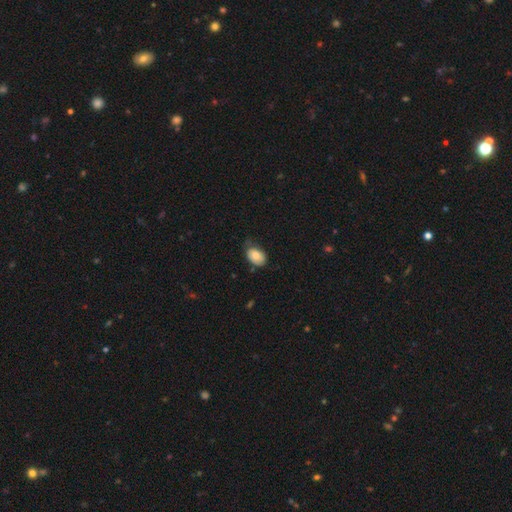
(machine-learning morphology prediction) Smooth or featured? Predicted: smooth (p=0.76). How rounded? Predicted: in between (p=0.86). Merging? Predicted: none (p=0.59).